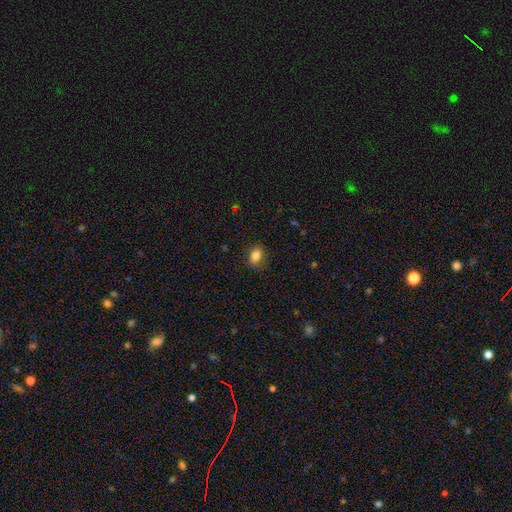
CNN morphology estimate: smooth-or-featured: smooth: 84% | star or artifact: 9% | featured or disk: 7%
  how-rounded: in between: 76% | round: 23% | cigar-shaped: 2%
  merging: none: 84% | minor disturbance: 12% | major disturbance: 3% | merger: 1%